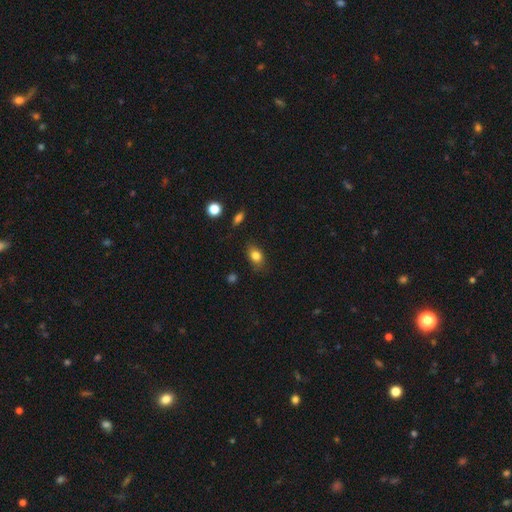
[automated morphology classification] A smooth galaxy with no disk features (82%) that is in between round and cigar-shaped (74%). Merging: none (77%).